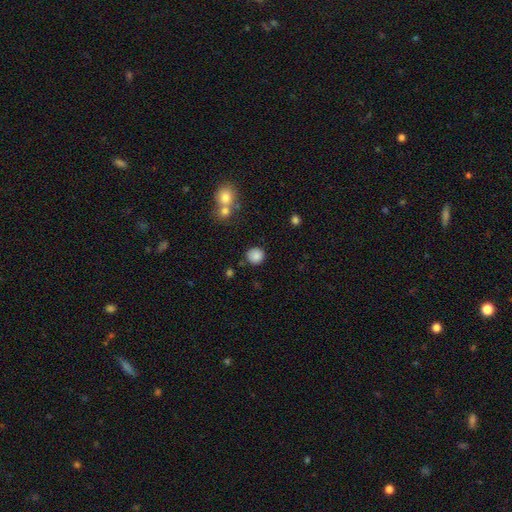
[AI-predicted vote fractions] Morphology: type=smooth (86%); roundness=round (91%); merging=none (84%).